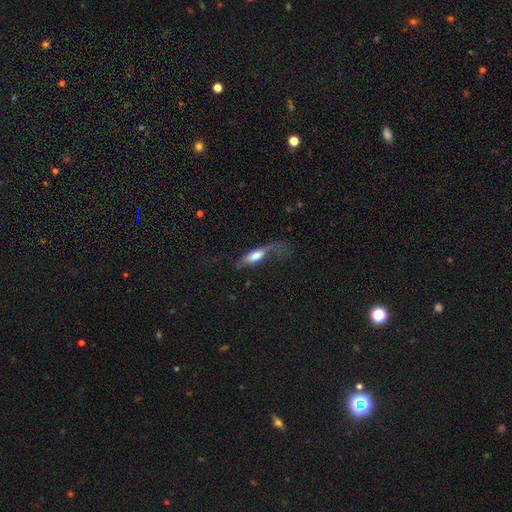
A smooth galaxy with no disk features (55%) that is in between round and cigar-shaped (62%). Merging: major disturbance (56%).